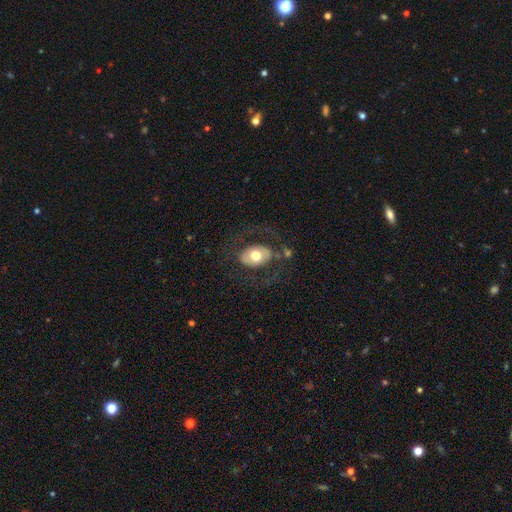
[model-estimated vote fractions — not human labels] Smooth or featured? Predicted: smooth (p=0.49). Merging? Predicted: none (p=0.64).